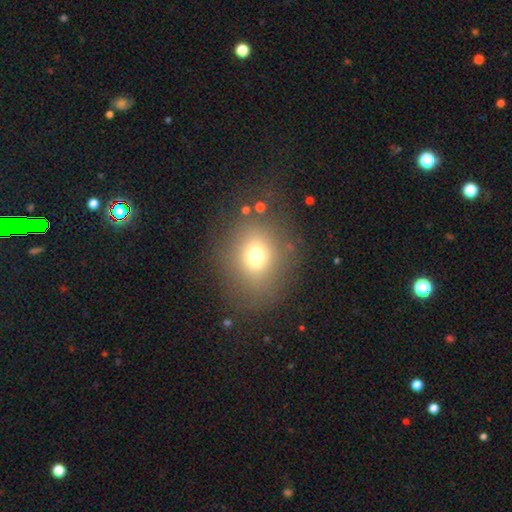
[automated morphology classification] Smooth or featured? smooth (70%)
How rounded? round (72%)
Merging? none (77%)